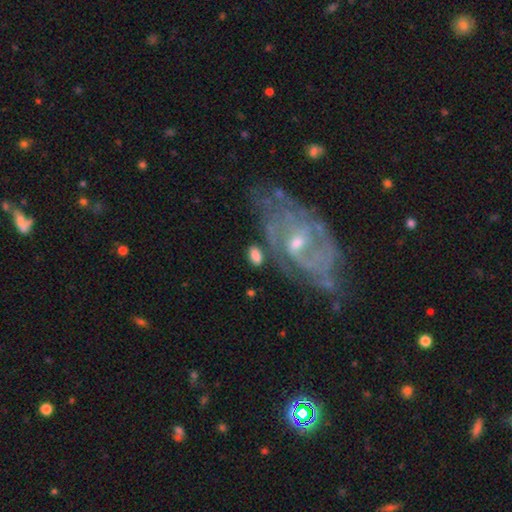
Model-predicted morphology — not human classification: Overall: smooth (66%; featured or disk 26%). How rounded: in between (87%). Merging: none (68%).